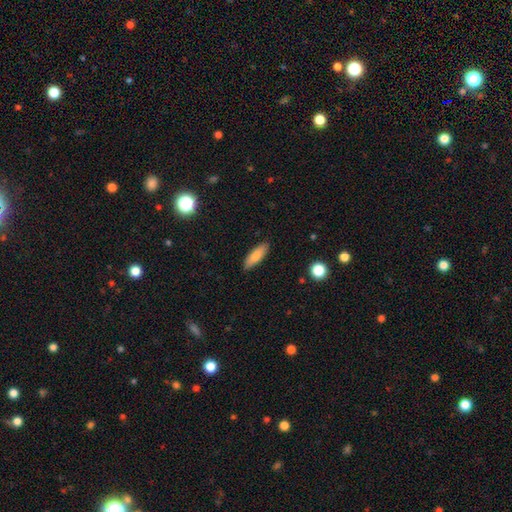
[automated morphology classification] type=smooth (77%); roundness=in between (50%); merging=none (88%).